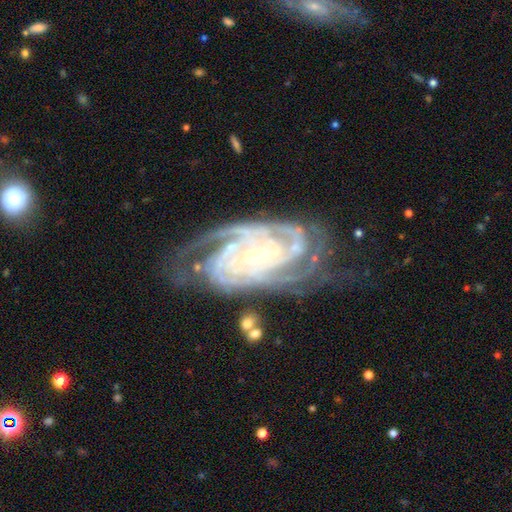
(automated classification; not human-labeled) smooth-or-featured: featured or disk: 92% | star or artifact: 5% | smooth: 3%
  disk-edge-on: no: 96% | yes: 4%
    bar: no: 63% | weak: 23% | strong: 14%
    has-spiral-arms: yes: 98% | no: 2%
      spiral-winding: tight: 75% | medium: 22% | loose: 3%
      spiral-arm-count: 4: 29% | 3: 25% | 2: 15% | can't tell: 14% | more than 4: 11% | 1: 6%
    bulge-size: small: 70% | moderate: 27% | large: 1% | none: 1% | dominant: 1%
  merging: none: 67% | minor disturbance: 21% | major disturbance: 10% | merger: 2%